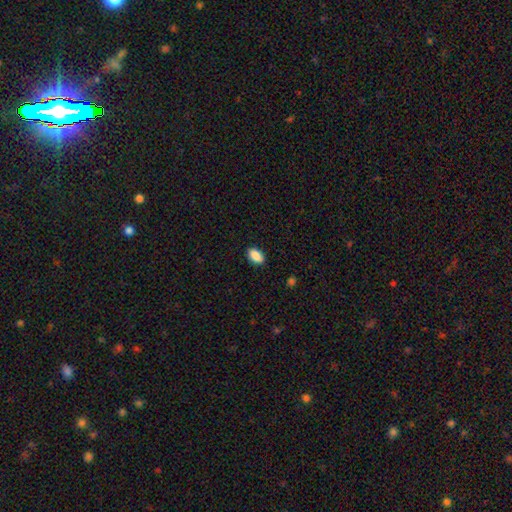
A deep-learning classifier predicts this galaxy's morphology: smooth_or_featured: smooth (p=0.89) [alt: star or artifact p=0.07]
how_rounded: in between (p=0.92) [alt: round p=0.06]
merging: none (p=0.88) [alt: minor disturbance p=0.09]